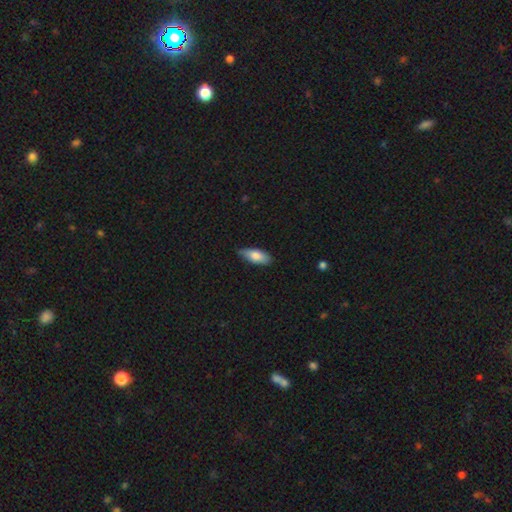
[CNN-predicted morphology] Smooth or featured?
  - smooth: 79% *
  - featured or disk: 15%
  - star or artifact: 6%
How rounded?
  - in between: 78% *
  - cigar-shaped: 19%
  - round: 2%
Merging?
  - none: 81% *
  - minor disturbance: 16%
  - major disturbance: 2%
  - merger: 1%